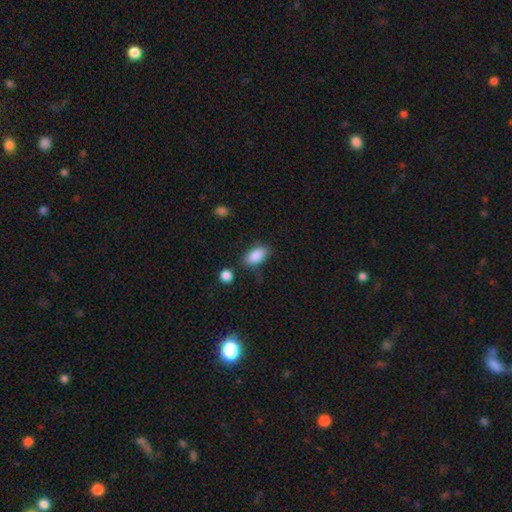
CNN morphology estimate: This is clearly a smooth galaxy (88%). How rounded: clearly in between (92%). Merging: likely none (68%).